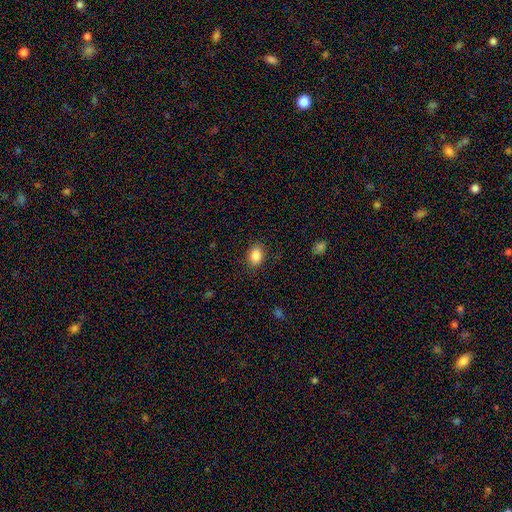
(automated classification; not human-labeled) Smooth or featured? smooth (86%)
How rounded? in between (72%)
Merging? none (86%)